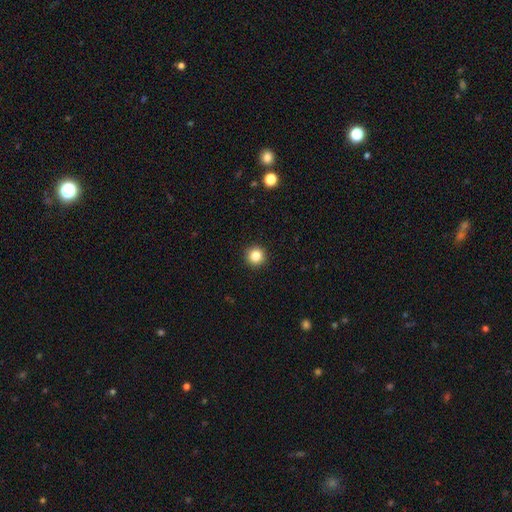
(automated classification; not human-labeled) Q: Smooth or featured?
A: smooth (84%); runner-up: star or artifact (11%)
Q: How rounded?
A: round (95%); runner-up: in between (4%)
Q: Merging?
A: none (93%); runner-up: minor disturbance (4%)